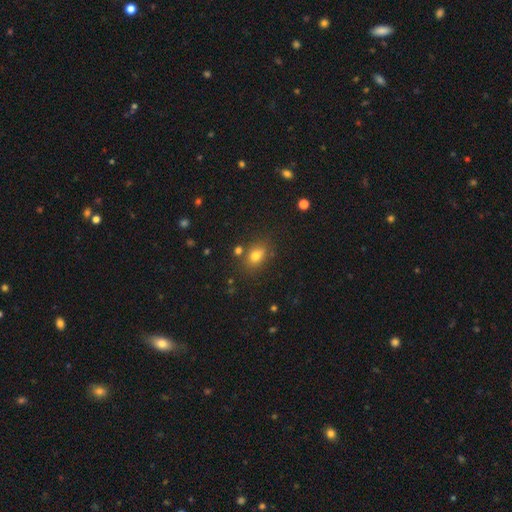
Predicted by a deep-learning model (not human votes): A smooth galaxy with no disk features (77%) that is in between round and cigar-shaped (69%).

Vote fractions:
- Smooth or featured? smooth: 77% / star or artifact: 14% / featured or disk: 9%
- How rounded? in between: 69% / round: 29% / cigar-shaped: 2%
- Merging? none: 74% / minor disturbance: 13% / merger: 9% / major disturbance: 4%